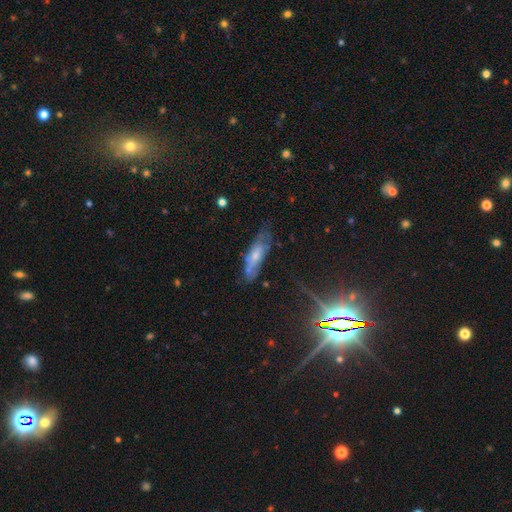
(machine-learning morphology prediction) A featured or disk galaxy (50%).

Vote fractions:
- Smooth or featured? featured or disk: 50% / smooth: 32% / star or artifact: 18%
- Merging? none: 59% / minor disturbance: 27% / major disturbance: 11% / merger: 3%